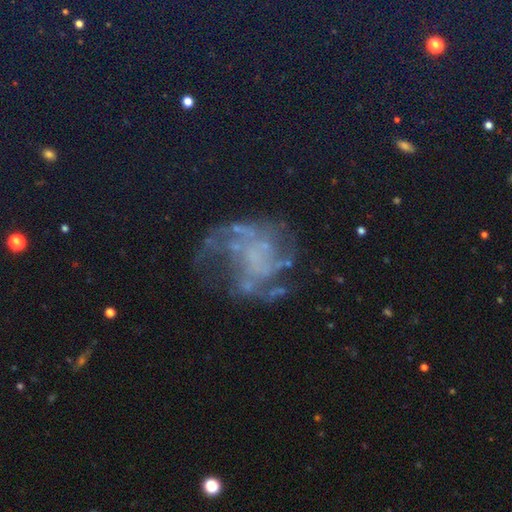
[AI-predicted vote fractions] A featured or disk galaxy (68%) with no bar (78%), spiral arms (72%) and no central bulge (71%).

Vote fractions:
- Smooth or featured? featured or disk: 68% / star or artifact: 21% / smooth: 11%
- Edge-on disk? no: 98% / yes: 2%
- Bar? no: 78% / weak: 17% / strong: 5%
- Spiral arms? yes: 72% / no: 28%
- Bulge size? none: 71% / small: 16% / moderate: 8% / large: 3% / dominant: 2%
- Merging? none: 47% / major disturbance: 31% / minor disturbance: 18% / merger: 4%